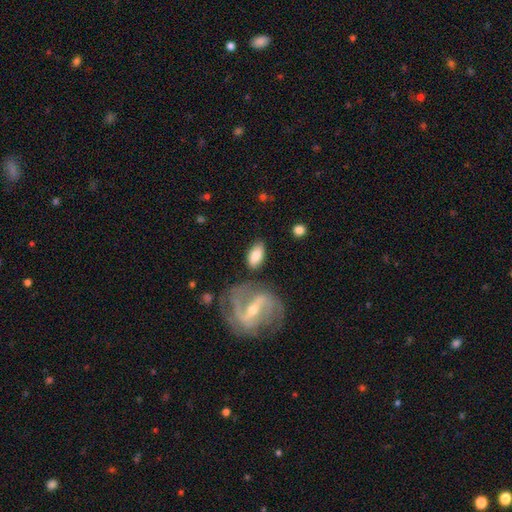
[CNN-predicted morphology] Overall: smooth (68%). How rounded: in between (91%). Merging: none (75%).